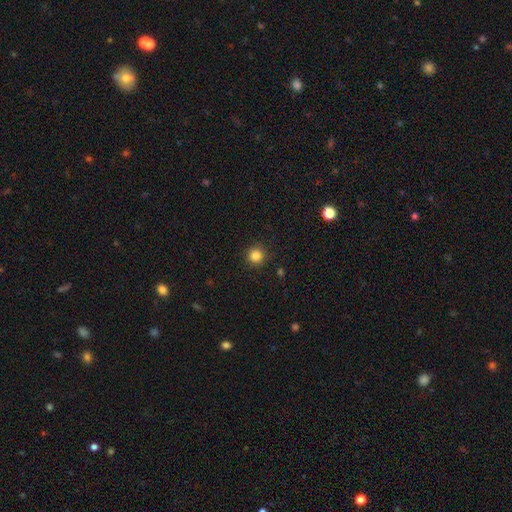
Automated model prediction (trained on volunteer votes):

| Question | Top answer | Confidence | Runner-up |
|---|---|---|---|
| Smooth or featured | smooth | 84% | star or artifact (12%) |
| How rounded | round | 94% | in between (5%) |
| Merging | none | 91% | minor disturbance (6%) |